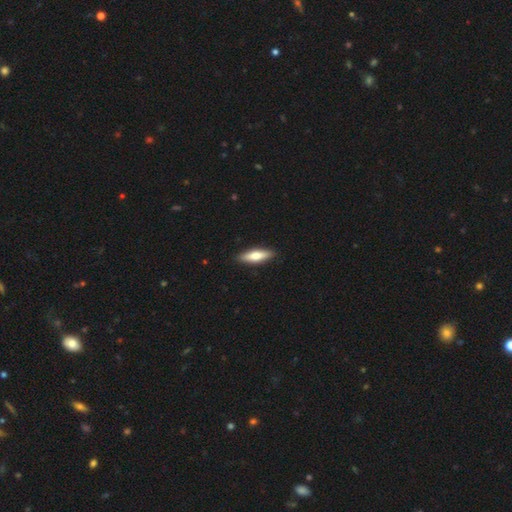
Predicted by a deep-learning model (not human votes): This appears to be a smooth galaxy with no disk features (64%) that is cigar-shaped (61%). Merging: none (90%).